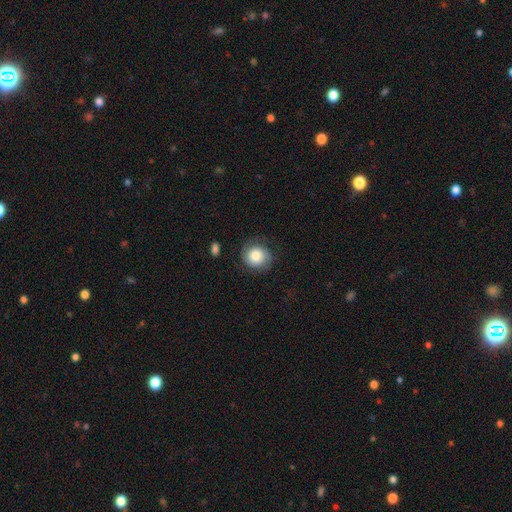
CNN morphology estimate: This appears to be a smooth galaxy with no disk features (63%) that is round (85%). Merging: none (76%).